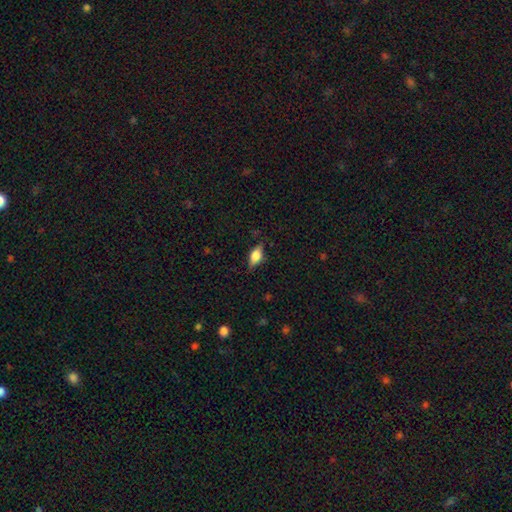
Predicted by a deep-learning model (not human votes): The model was most divided on "smooth or featured": smooth: 65%, featured or disk: 26%, star or artifact: 8%. More confident: how rounded — in between (82%); merging — none (78%).